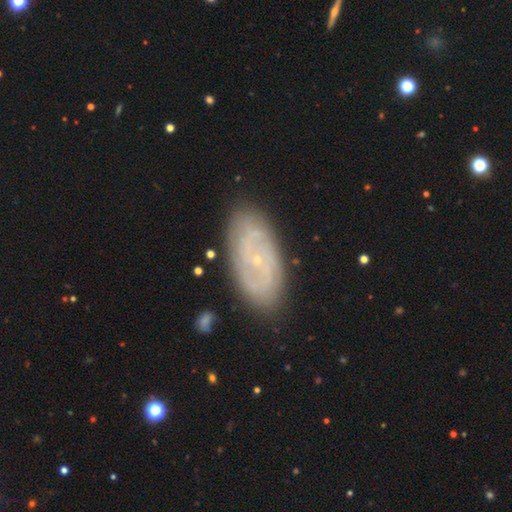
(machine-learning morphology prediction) Q: Smooth or featured?
A: featured or disk (74%); runner-up: smooth (18%)
Q: Edge-on disk?
A: no (93%); runner-up: yes (7%)
Q: Bar?
A: no (67%); runner-up: weak (26%)
Q: Spiral arms?
A: yes (82%); runner-up: no (18%)
Q: Spiral winding?
A: tight (59%); runner-up: medium (30%)
Q: Spiral arm count?
A: 2 (43%); runner-up: can't tell (36%)
Q: Bulge size?
A: small (85%); runner-up: moderate (10%)
Q: Merging?
A: none (84%); runner-up: minor disturbance (12%)